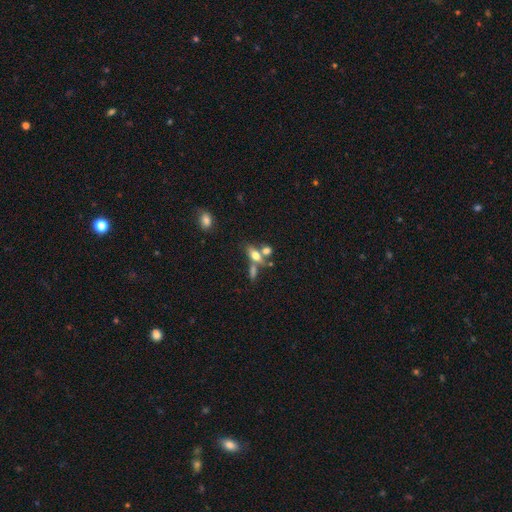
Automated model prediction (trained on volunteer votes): Smooth or featured?
  - smooth: 56% *
  - featured or disk: 33%
  - star or artifact: 11%
How rounded?
  - in between: 63% *
  - cigar-shaped: 28%
  - round: 10%
Merging?
  - none: 43% *
  - merger: 38%
  - minor disturbance: 12%
  - major disturbance: 7%